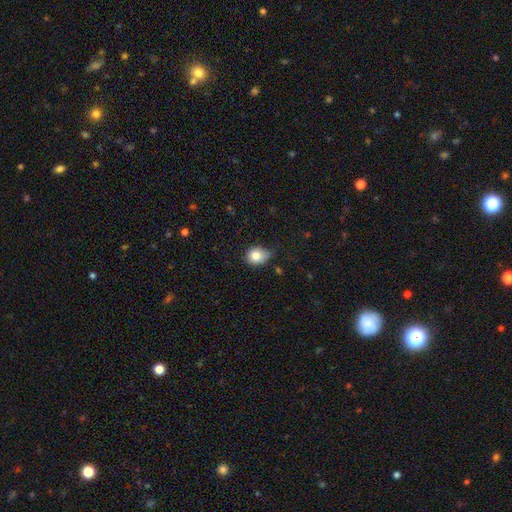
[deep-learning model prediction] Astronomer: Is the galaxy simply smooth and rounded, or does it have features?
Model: smooth — 82%.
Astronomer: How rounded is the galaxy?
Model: round — 64%.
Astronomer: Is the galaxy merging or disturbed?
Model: none — 60%.